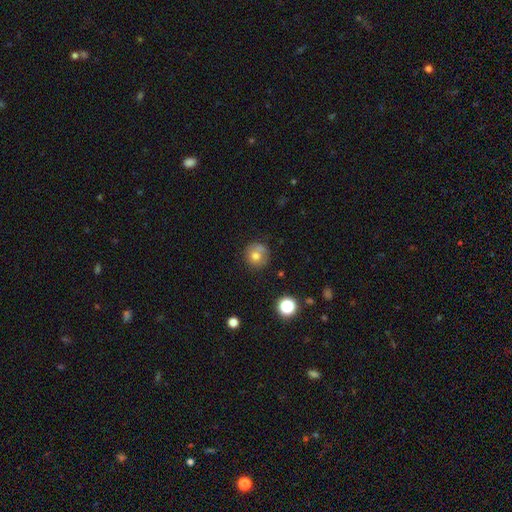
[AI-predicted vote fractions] smooth_or_featured: smooth (p=0.72) [alt: featured or disk p=0.17]
how_rounded: round (p=0.89) [alt: in between p=0.10]
merging: none (p=0.67) [alt: minor disturbance p=0.19]